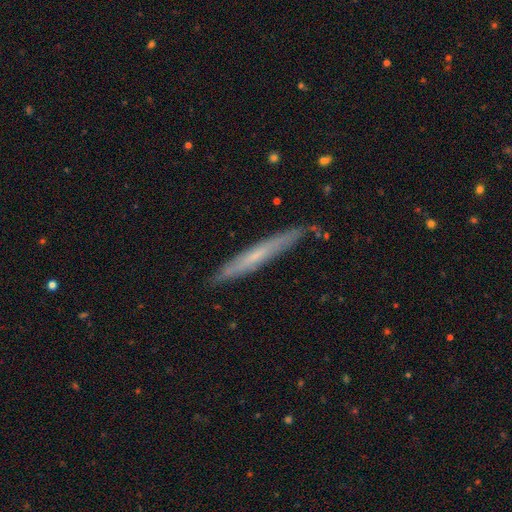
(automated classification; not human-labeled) Overall: featured or disk (48%; smooth 45%). Merging: none (81%).